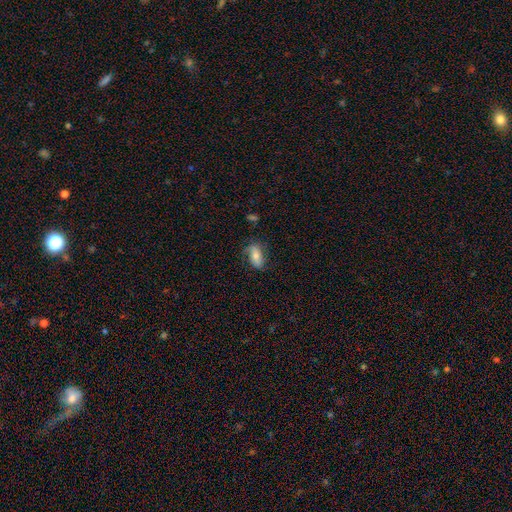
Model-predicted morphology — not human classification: smooth_or_featured: smooth (p=0.62) [alt: featured or disk p=0.30]
how_rounded: in between (p=0.89) [alt: cigar-shaped p=0.06]
merging: none (p=0.66) [alt: minor disturbance p=0.24]